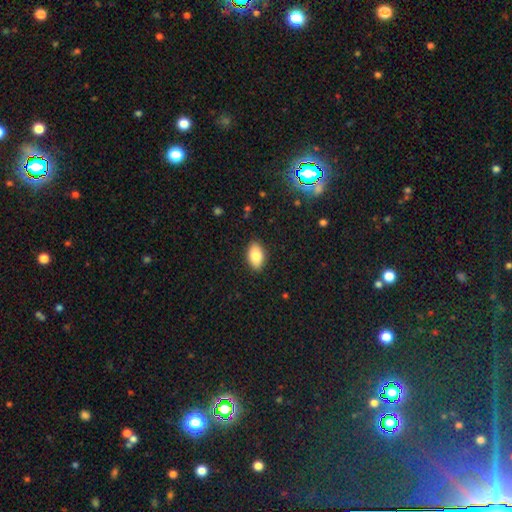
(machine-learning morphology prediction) type=smooth (83%); roundness=in between (92%); merging=none (88%).